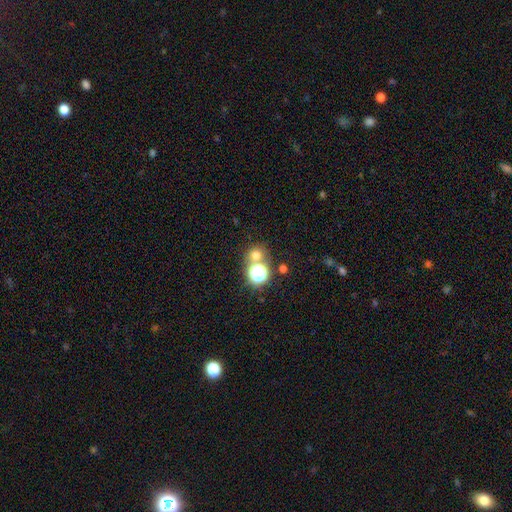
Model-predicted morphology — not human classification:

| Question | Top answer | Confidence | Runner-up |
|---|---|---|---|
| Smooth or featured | smooth | 65% | star or artifact (27%) |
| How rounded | round | 86% | in between (13%) |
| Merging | none | 65% | merger (24%) |